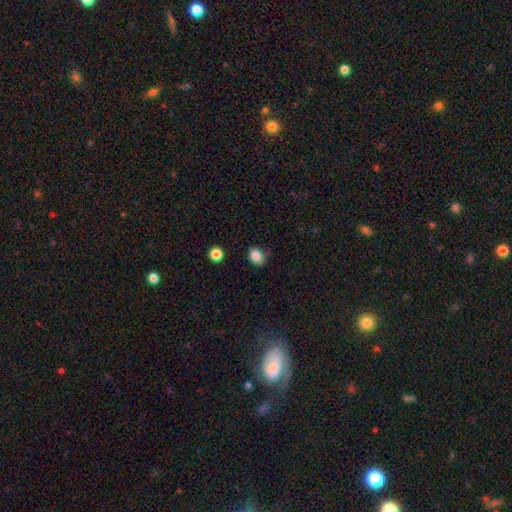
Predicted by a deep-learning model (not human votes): The model was most divided on "how rounded": round: 54%, in between: 45%, cigar-shaped: 1%. More confident: smooth or featured — smooth (84%); merging — none (76%).